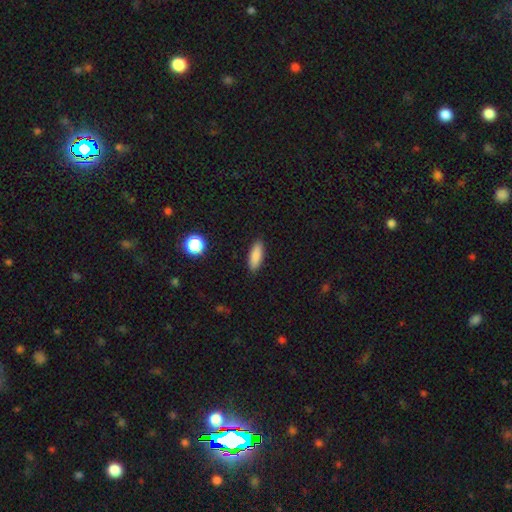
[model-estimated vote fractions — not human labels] Smooth or featured?
  - smooth: 86% *
  - star or artifact: 8%
  - featured or disk: 6%
How rounded?
  - in between: 67% *
  - cigar-shaped: 31%
  - round: 2%
Merging?
  - none: 89% *
  - minor disturbance: 8%
  - major disturbance: 2%
  - merger: 1%